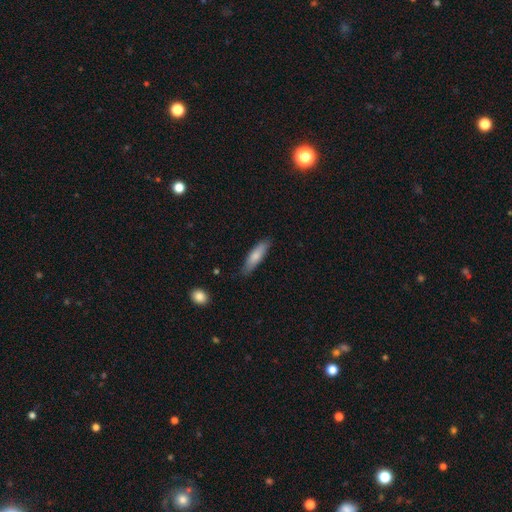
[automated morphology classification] Overall: smooth (77%). How rounded: cigar-shaped (66%; in between 32%). Merging: none (81%).